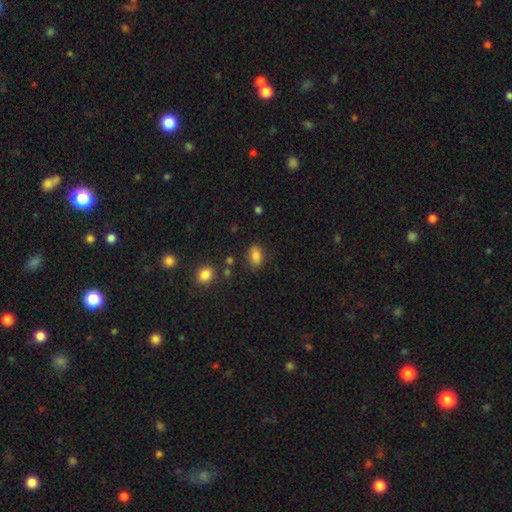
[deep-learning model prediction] Smooth or featured?
  - smooth: 84% *
  - star or artifact: 10%
  - featured or disk: 6%
How rounded?
  - in between: 85% *
  - round: 12%
  - cigar-shaped: 2%
Merging?
  - none: 81% *
  - minor disturbance: 13%
  - major disturbance: 4%
  - merger: 3%